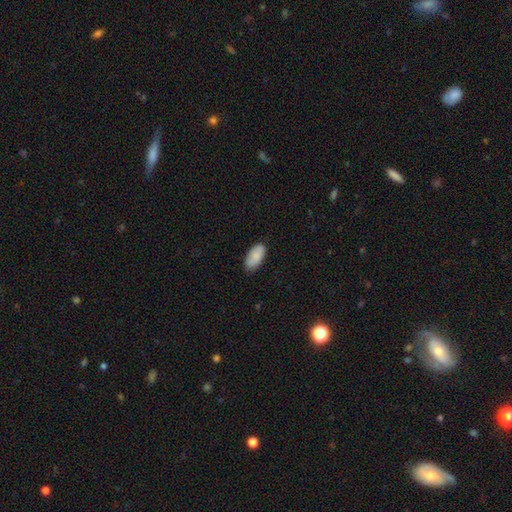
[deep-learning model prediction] This is clearly a smooth galaxy (88%). How rounded: clearly in between (94%). Merging: likely none (79%).